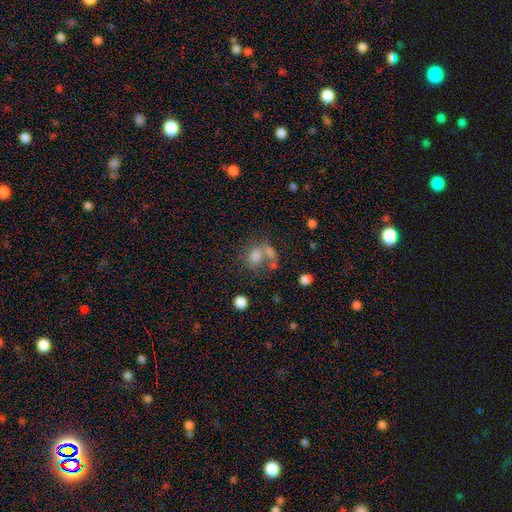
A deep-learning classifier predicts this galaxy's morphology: Smooth or featured? smooth (65%)
How rounded? in between (55%)
Merging? merger (40%)